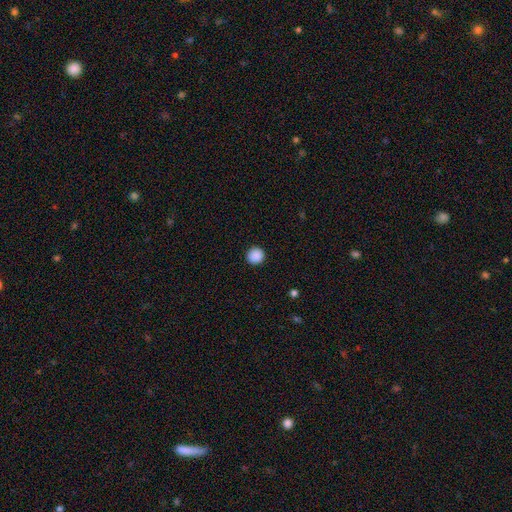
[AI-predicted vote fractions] Q: Smooth or featured?
A: smooth (89%); runner-up: star or artifact (9%)
Q: How rounded?
A: round (94%); runner-up: in between (5%)
Q: Merging?
A: none (92%); runner-up: minor disturbance (5%)